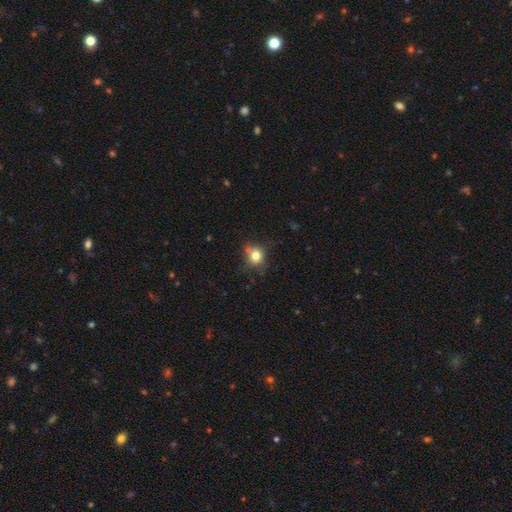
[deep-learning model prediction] The model was most divided on "merging": none: 66%, minor disturbance: 20%, merger: 9%, major disturbance: 5%. More confident: how rounded — round (80%); smooth or featured — smooth (78%).